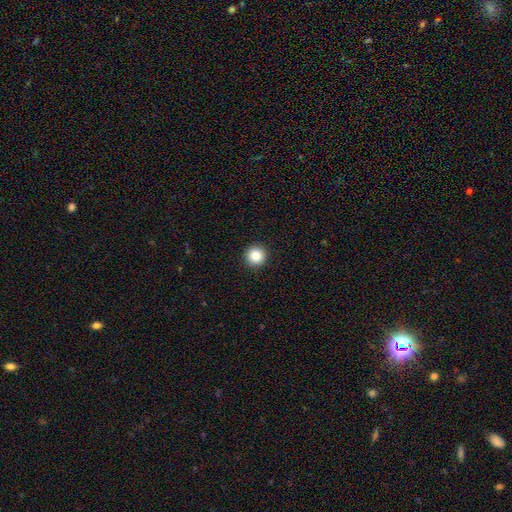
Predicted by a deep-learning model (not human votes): Smooth or featured? smooth (85%)
How rounded? round (96%)
Merging? none (93%)